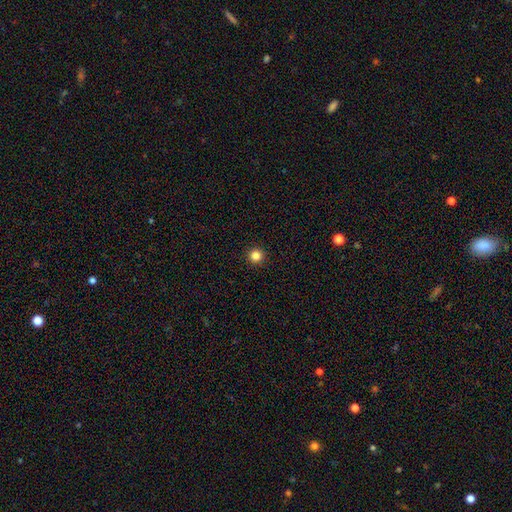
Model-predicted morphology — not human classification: Smooth or featured? smooth (84%)
How rounded? round (96%)
Merging? none (94%)